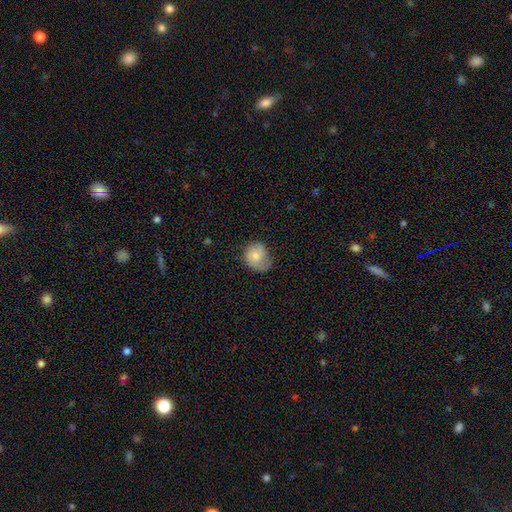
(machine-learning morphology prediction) Smooth or featured? smooth (62%)
How rounded? round (62%)
Merging? none (45%)